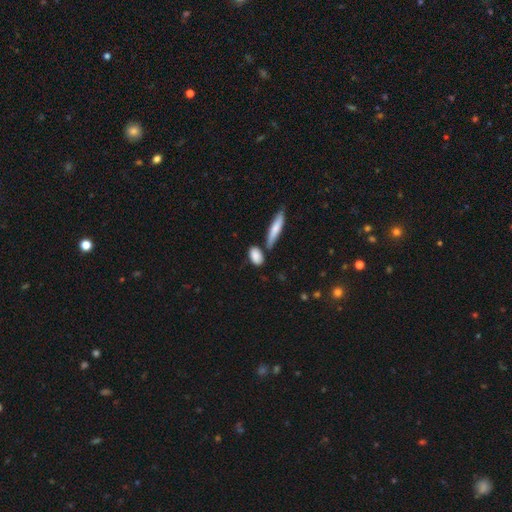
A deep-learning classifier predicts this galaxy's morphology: Smooth or featured? Predicted: smooth (p=0.85). How rounded? Predicted: in between (p=0.78). Merging? Predicted: none (p=0.64).